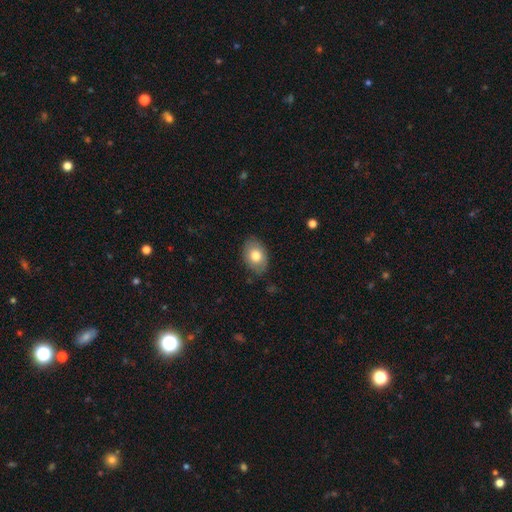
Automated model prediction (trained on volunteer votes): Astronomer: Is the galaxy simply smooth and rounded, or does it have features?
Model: smooth — 78%.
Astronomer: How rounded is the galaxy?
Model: in between — 81%.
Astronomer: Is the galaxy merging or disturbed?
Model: none — 82%.